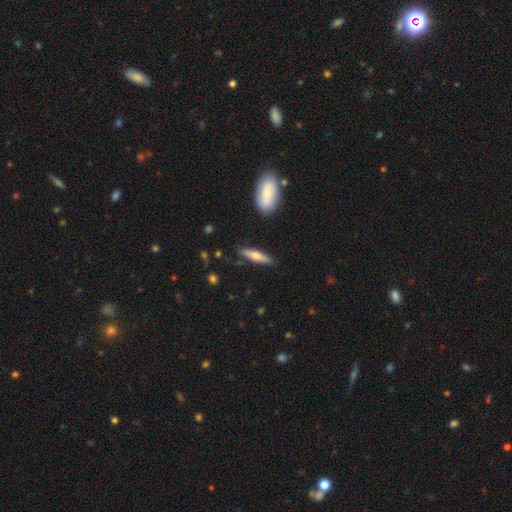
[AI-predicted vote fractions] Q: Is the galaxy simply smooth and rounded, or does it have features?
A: smooth — 58%.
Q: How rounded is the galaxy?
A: cigar-shaped — 75%.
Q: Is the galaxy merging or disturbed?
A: none — 86%.